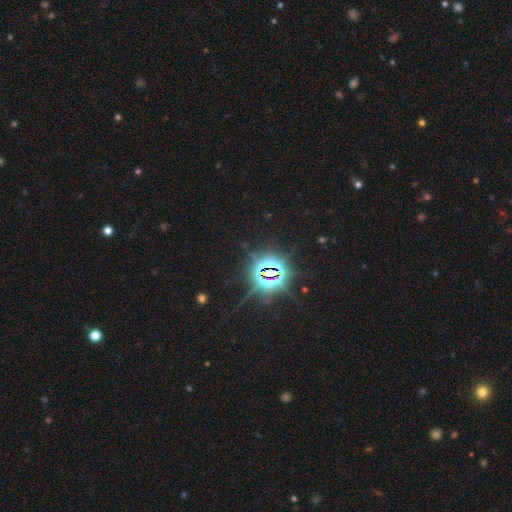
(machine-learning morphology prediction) smooth-or-featured: star or artifact: 84% | smooth: 10% | featured or disk: 6%